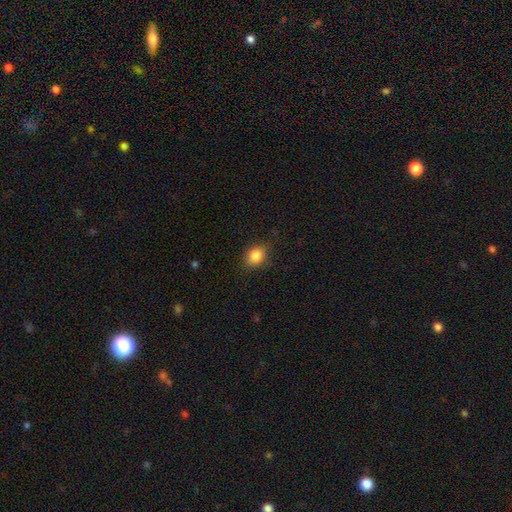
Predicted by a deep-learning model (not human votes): smooth_or_featured: smooth (p=0.85) [alt: star or artifact p=0.09]
how_rounded: in between (p=0.56) [alt: round p=0.43]
merging: none (p=0.81) [alt: minor disturbance p=0.14]